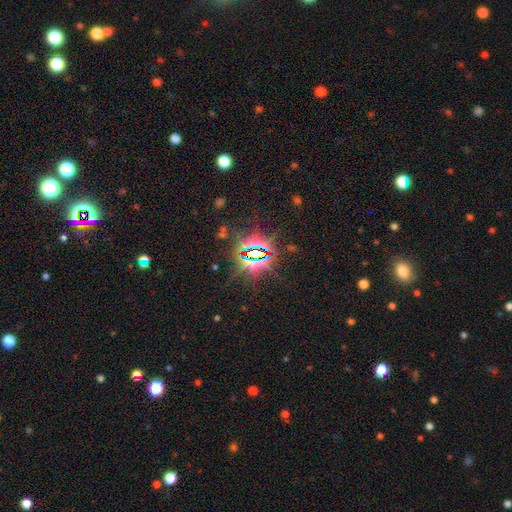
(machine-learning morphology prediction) This appears to be a star or artifact, not a galaxy (84%).